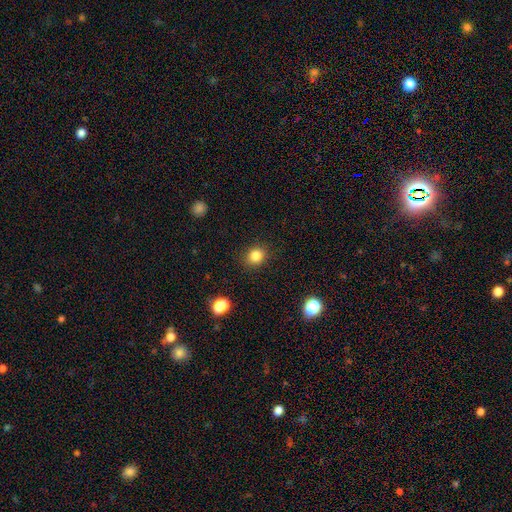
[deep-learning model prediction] The model was most divided on "how rounded": round: 76%, in between: 23%, cigar-shaped: 1%. More confident: merging — none (88%); smooth or featured — smooth (84%).